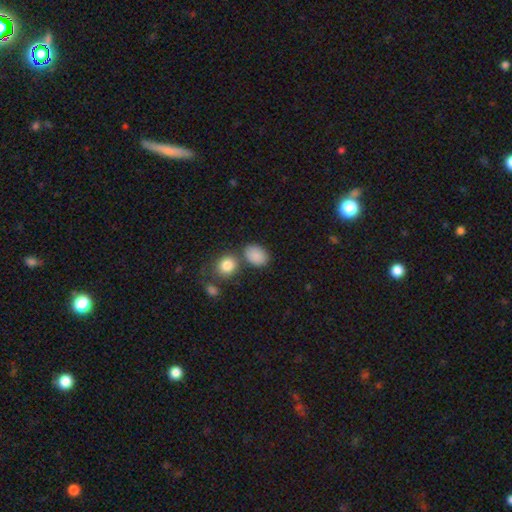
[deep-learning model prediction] This is clearly a smooth galaxy (86%). How rounded: likely in between (72%). Merging: likely none (67%).